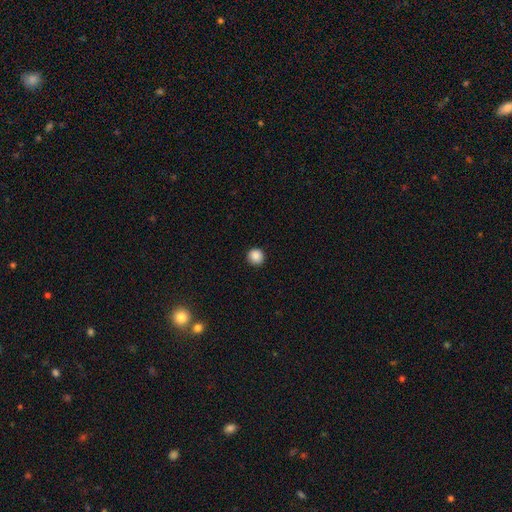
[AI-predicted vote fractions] Smooth or featured: smooth — 88% (star or artifact — 9%)
How rounded: round — 94% (in between — 5%)
Merging: none — 93% (minor disturbance — 5%)